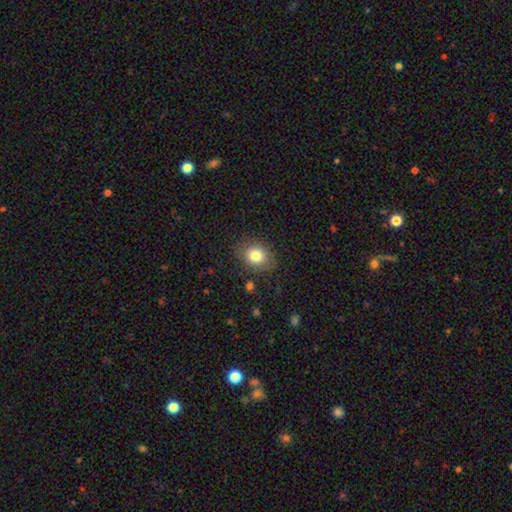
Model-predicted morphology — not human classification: type=smooth (79%); roundness=round (51%); merging=none (82%).